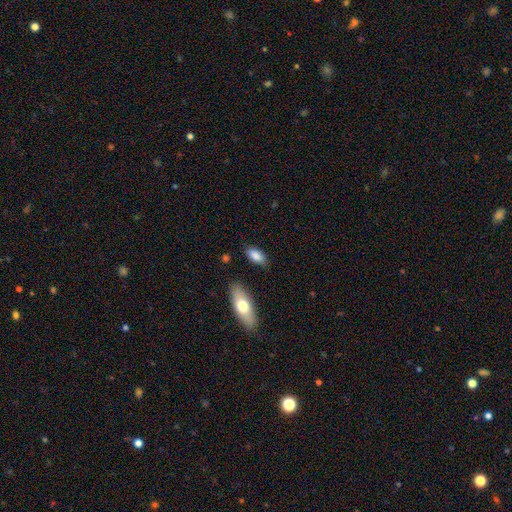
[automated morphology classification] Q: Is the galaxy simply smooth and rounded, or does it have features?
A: smooth — 84%.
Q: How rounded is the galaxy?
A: in between — 89%.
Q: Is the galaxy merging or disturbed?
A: none — 80%.